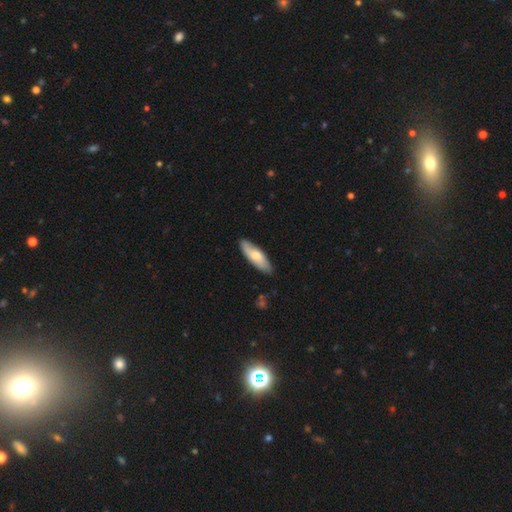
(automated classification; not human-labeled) Q: Smooth or featured?
A: smooth (66%); runner-up: featured or disk (29%)
Q: How rounded?
A: in between (53%); runner-up: cigar-shaped (45%)
Q: Merging?
A: none (83%); runner-up: minor disturbance (14%)